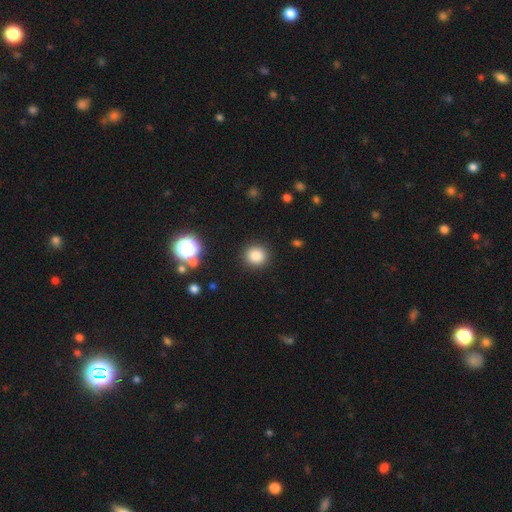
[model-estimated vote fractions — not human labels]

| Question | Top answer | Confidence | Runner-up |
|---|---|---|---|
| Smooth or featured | smooth | 84% | star or artifact (12%) |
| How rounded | round | 90% | in between (9%) |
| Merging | none | 90% | minor disturbance (6%) |